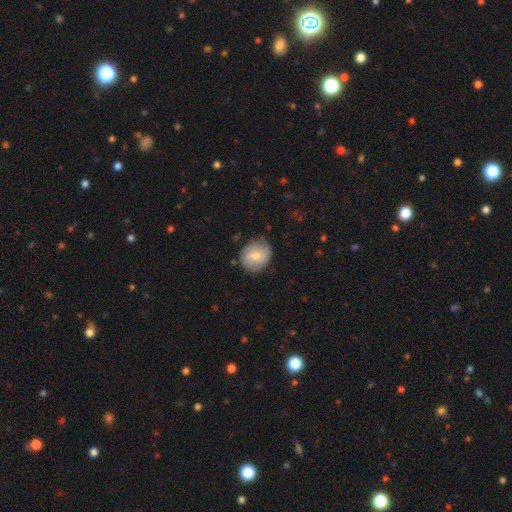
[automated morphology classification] smooth_or_featured: smooth (p=0.65) [alt: featured or disk p=0.28]
how_rounded: round (p=0.73) [alt: in between p=0.26]
merging: none (p=0.74) [alt: minor disturbance p=0.20]